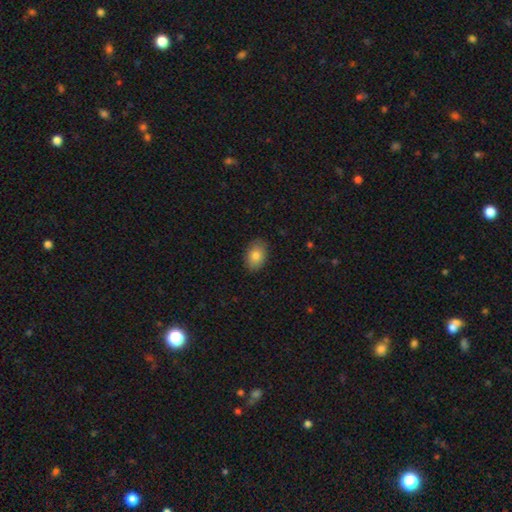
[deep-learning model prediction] Smooth or featured?
  - smooth: 82% *
  - featured or disk: 10%
  - star or artifact: 7%
How rounded?
  - in between: 84% *
  - round: 14%
  - cigar-shaped: 1%
Merging?
  - none: 87% *
  - minor disturbance: 10%
  - major disturbance: 2%
  - merger: 1%